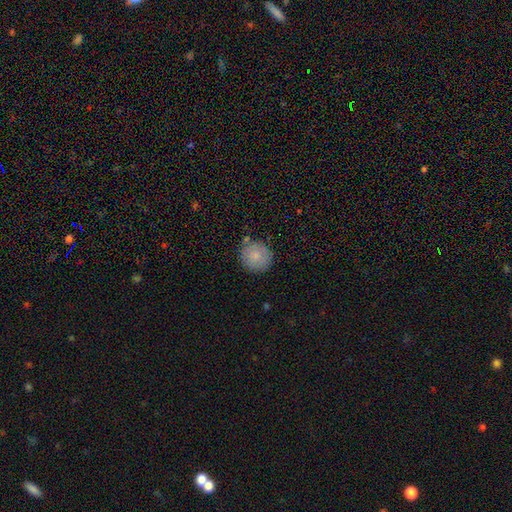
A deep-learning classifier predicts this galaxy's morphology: Smooth or featured: smooth — 81% (featured or disk — 11%)
How rounded: round — 92% (in between — 7%)
Merging: none — 81% (minor disturbance — 12%)